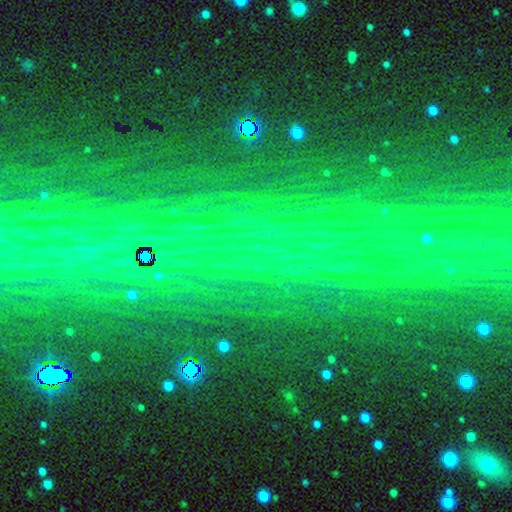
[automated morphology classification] Smooth or featured?
  - star or artifact: 82% *
  - featured or disk: 9%
  - smooth: 9%